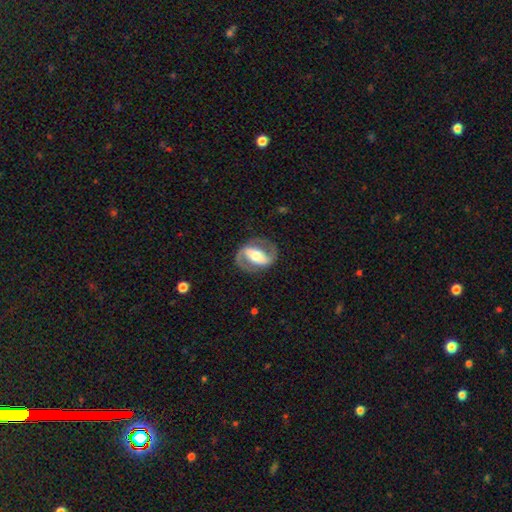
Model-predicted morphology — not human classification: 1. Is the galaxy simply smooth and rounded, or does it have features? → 84% featured or disk, 11% smooth, 5% star or artifact.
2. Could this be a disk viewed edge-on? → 96% no, 4% yes.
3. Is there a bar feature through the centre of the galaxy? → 60% strong, 24% weak, 15% no.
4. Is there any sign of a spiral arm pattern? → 89% yes, 11% no.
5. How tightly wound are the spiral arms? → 51% medium, 26% tight, 23% loose.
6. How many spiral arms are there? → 91% 2, 3% can't tell, 3% 1, 1% 3, 1% 4, 1% more than 4.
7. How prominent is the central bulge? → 60% moderate, 18% large, 18% small, 2% dominant, 2% none.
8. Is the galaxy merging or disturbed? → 82% none, 11% minor disturbance, 6% major disturbance, 1% merger.